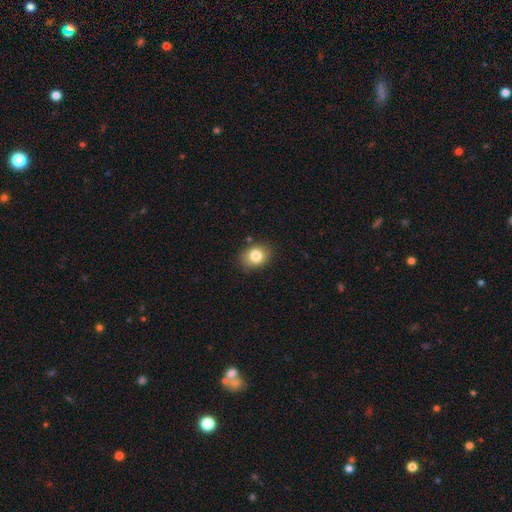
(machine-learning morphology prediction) smooth_or_featured: smooth (p=0.81) [alt: featured or disk p=0.10]
how_rounded: in between (p=0.54) [alt: round p=0.46]
merging: none (p=0.84) [alt: minor disturbance p=0.12]